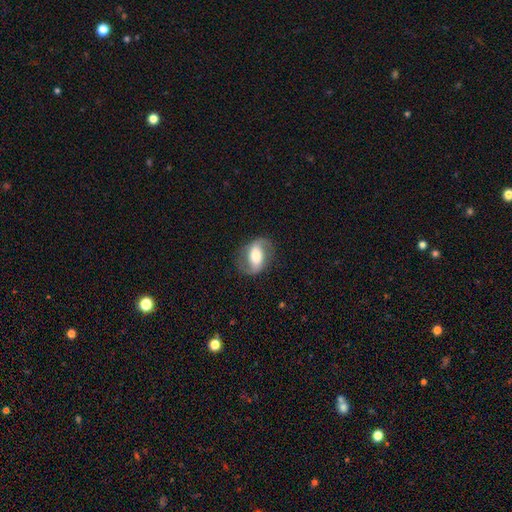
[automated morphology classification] Smooth or featured? featured or disk (65%)
Edge-on disk? no (95%)
Bar? strong (40%)
Spiral arms? yes (82%)
Spiral winding? loose (42%)
Spiral arm count? 2 (90%)
Bulge size? moderate (51%)
Merging? none (77%)